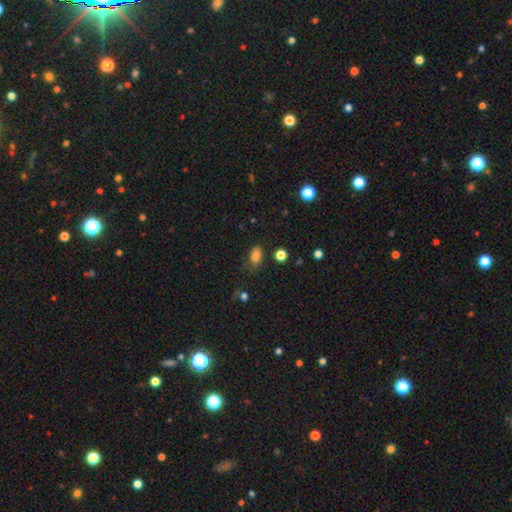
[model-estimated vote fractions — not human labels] This is clearly a smooth galaxy (82%). How rounded: clearly in between (85%). Merging: likely none (73%).